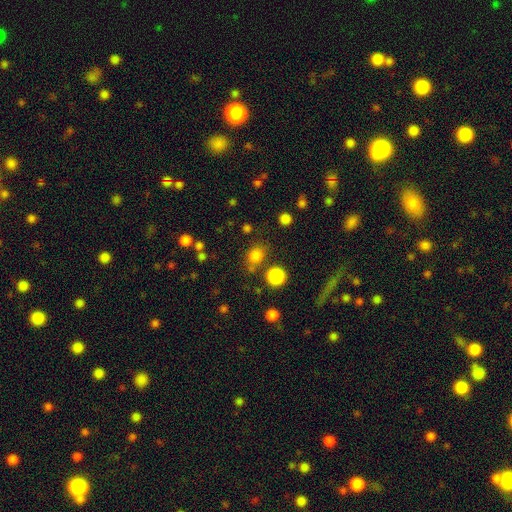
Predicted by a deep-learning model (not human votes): Smooth or featured? smooth (79%)
How rounded? round (68%)
Merging? none (72%)